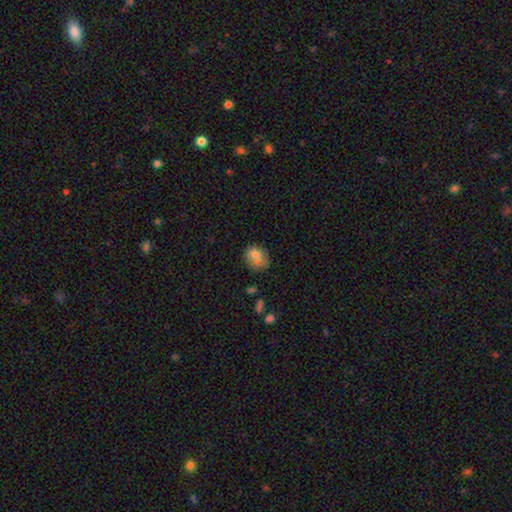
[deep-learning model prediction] Q: Smooth or featured?
A: smooth (75%); runner-up: featured or disk (15%)
Q: How rounded?
A: in between (50%); runner-up: round (49%)
Q: Merging?
A: none (54%); runner-up: minor disturbance (28%)